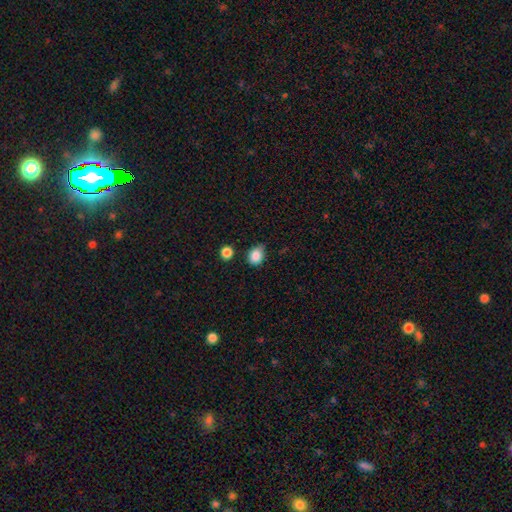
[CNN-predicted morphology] smooth-or-featured: smooth: 86% | star or artifact: 10% | featured or disk: 5%
  how-rounded: in between: 51% | round: 48% | cigar-shaped: 1%
  merging: none: 65% | minor disturbance: 27% | major disturbance: 5% | merger: 4%